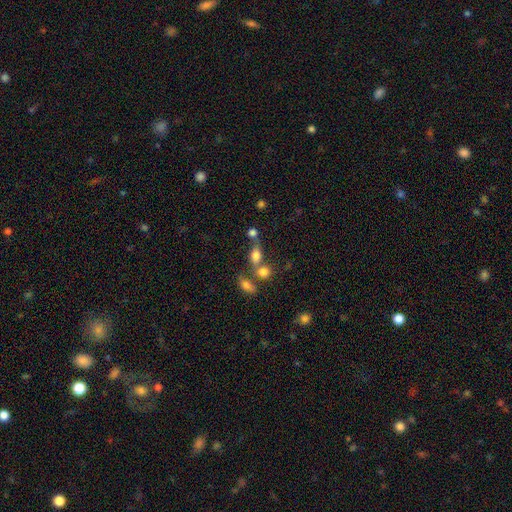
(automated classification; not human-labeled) smooth-or-featured: smooth: 72% | featured or disk: 15% | star or artifact: 13%
  how-rounded: in between: 63% | round: 29% | cigar-shaped: 8%
  merging: none: 44% | merger: 34% | minor disturbance: 14% | major disturbance: 8%